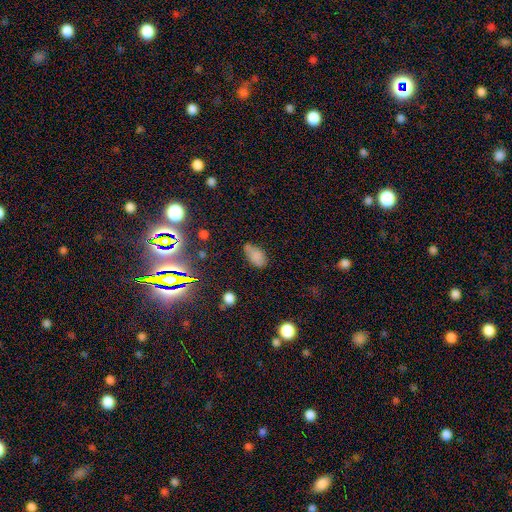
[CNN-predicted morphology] smooth 76%, star or artifact 13%, featured or disk 10%. Down the decision tree: how rounded — in between (92%); merging — none (55%).